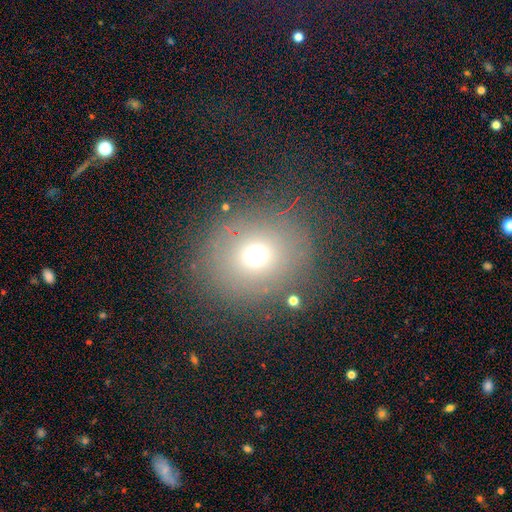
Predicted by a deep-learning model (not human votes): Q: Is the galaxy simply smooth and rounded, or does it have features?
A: smooth — 67%.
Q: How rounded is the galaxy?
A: round — 82%.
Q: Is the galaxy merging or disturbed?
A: none — 80%.